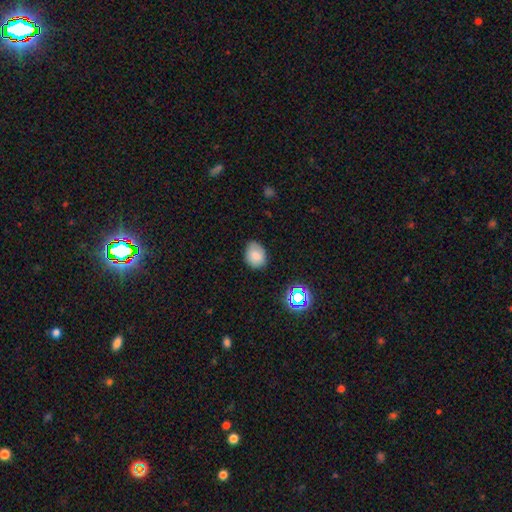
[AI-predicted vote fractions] The model was most divided on "how rounded": in between: 61%, round: 38%, cigar-shaped: 1%. More confident: smooth or featured — smooth (79%); merging — none (73%).